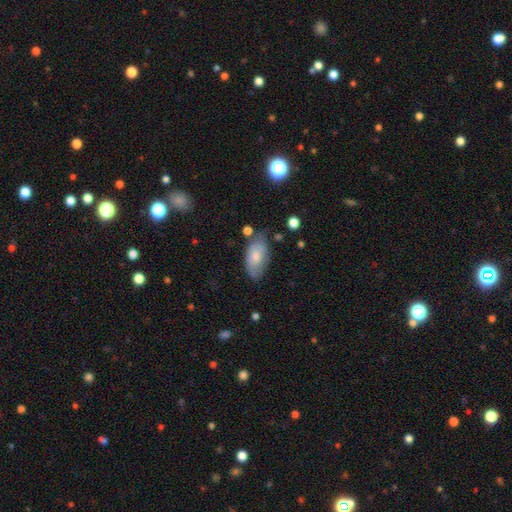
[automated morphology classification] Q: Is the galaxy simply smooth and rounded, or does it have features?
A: smooth — 69%.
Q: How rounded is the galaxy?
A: in between — 92%.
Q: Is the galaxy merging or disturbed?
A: none — 62%.